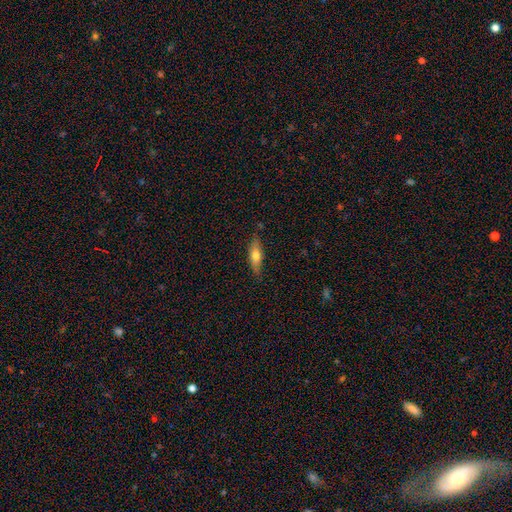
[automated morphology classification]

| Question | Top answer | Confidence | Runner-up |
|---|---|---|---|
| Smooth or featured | smooth | 64% | featured or disk (30%) |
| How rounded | in between | 52% | cigar-shaped (45%) |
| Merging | none | 79% | minor disturbance (16%) |